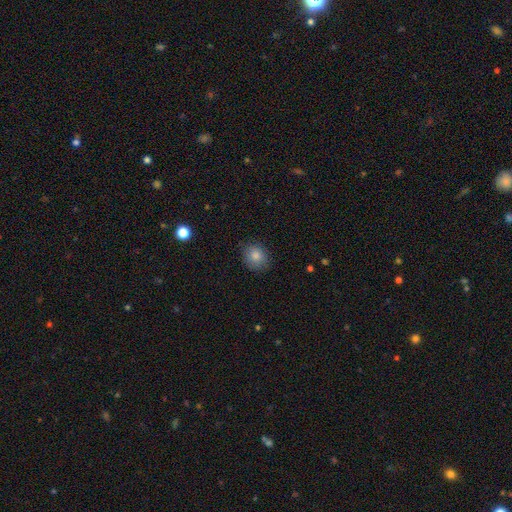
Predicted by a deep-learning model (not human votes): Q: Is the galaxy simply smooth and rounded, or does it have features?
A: smooth — 83%.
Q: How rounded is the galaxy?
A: round — 71%.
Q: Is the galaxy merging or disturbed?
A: none — 84%.